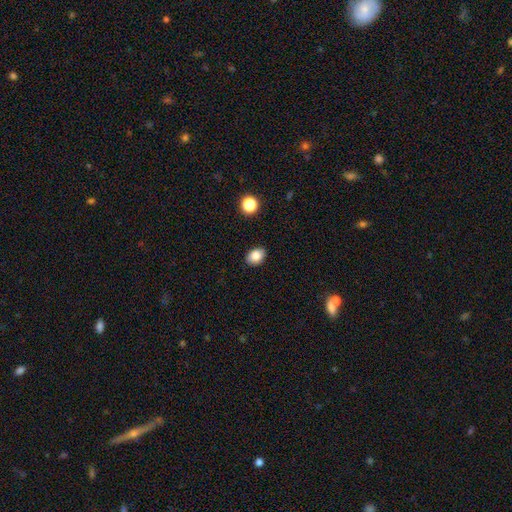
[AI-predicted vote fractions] Smooth or featured? Predicted: smooth (p=0.84). How rounded? Predicted: in between (p=0.73). Merging? Predicted: none (p=0.88).